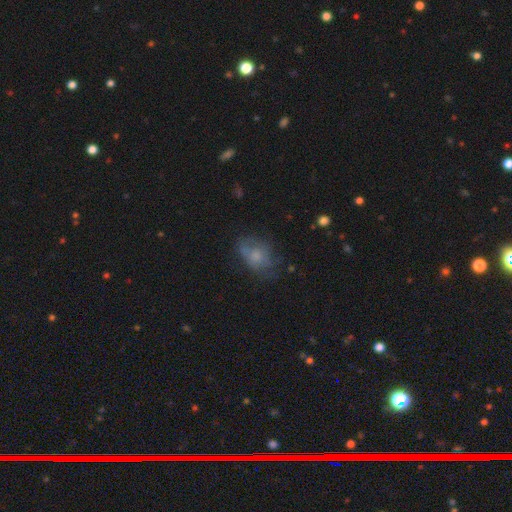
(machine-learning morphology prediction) Overall: smooth (57%; featured or disk 31%). How rounded: in between (73%). Merging: none (49%; minor disturbance 28%).